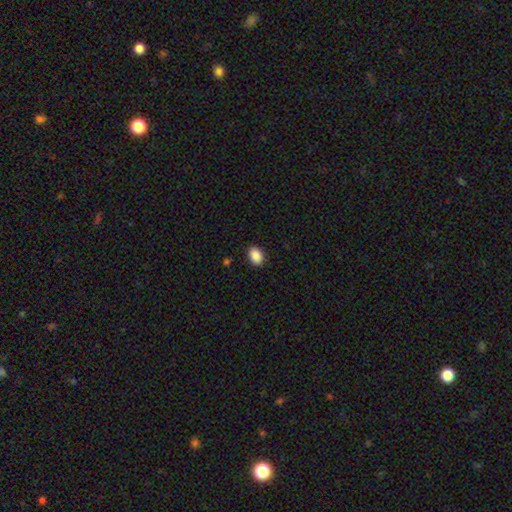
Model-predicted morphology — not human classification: smooth_or_featured: smooth (p=0.89) [alt: star or artifact p=0.08]
how_rounded: in between (p=0.79) [alt: round p=0.20]
merging: none (p=0.89) [alt: minor disturbance p=0.08]